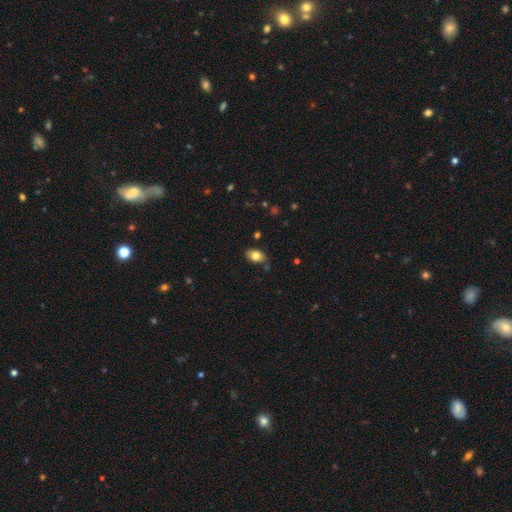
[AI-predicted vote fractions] This appears to be a smooth galaxy with no disk features (80%) that is in between round and cigar-shaped (82%). Merging: none (79%).